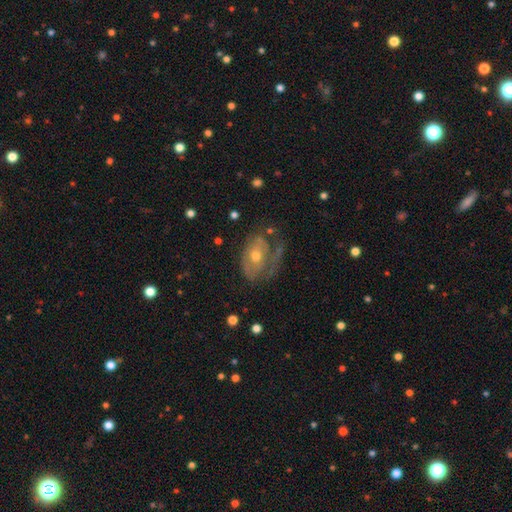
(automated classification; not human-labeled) smooth_or_featured: featured or disk (p=0.66) [alt: smooth p=0.25]
disk_edge_on: no (p=0.95) [alt: yes p=0.05]
bar: no (p=0.74) [alt: weak p=0.21]
has_spiral_arms: yes (p=0.65) [alt: no p=0.35]
bulge_size: moderate (p=0.58) [alt: small p=0.36]
merging: none (p=0.40) [alt: major disturbance p=0.33]